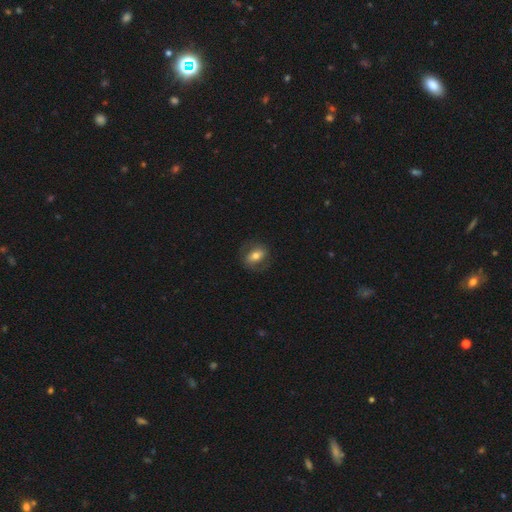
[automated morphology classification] type=smooth (51%); roundness=in between (64%); merging=none (76%).